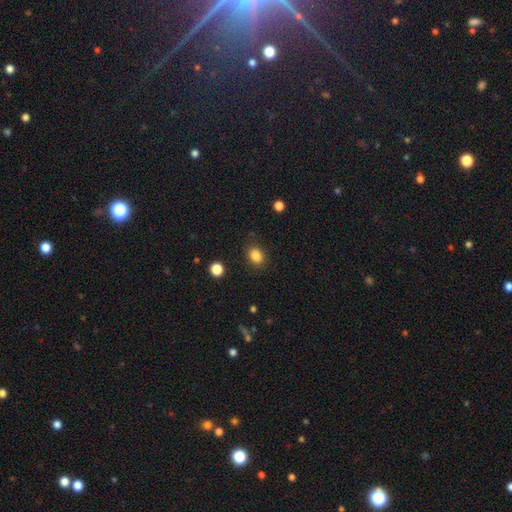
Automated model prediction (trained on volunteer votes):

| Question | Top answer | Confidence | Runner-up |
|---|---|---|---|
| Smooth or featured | smooth | 86% | star or artifact (10%) |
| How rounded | in between | 60% | round (39%) |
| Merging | none | 86% | minor disturbance (9%) |